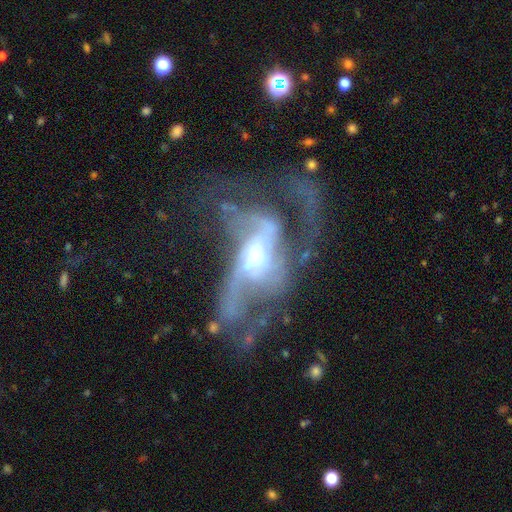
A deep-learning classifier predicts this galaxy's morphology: Smooth or featured?
  - featured or disk: 82% *
  - smooth: 10%
  - star or artifact: 8%
Edge-on disk?
  - no: 95% *
  - yes: 5%
Bar?
  - no: 45% *
  - weak: 37%
  - strong: 18%
Spiral arms?
  - yes: 82% *
  - no: 18%
Spiral winding?
  - loose: 47% *
  - medium: 39%
  - tight: 14%
Spiral arm count?
  - 2: 33% *
  - can't tell: 25%
  - 3: 22%
  - 1: 9%
  - 4: 7%
  - more than 4: 4%
Bulge size?
  - moderate: 62% *
  - small: 20%
  - large: 14%
  - none: 2%
  - dominant: 2%
Merging?
  - major disturbance: 52% *
  - none: 24%
  - minor disturbance: 13%
  - merger: 11%